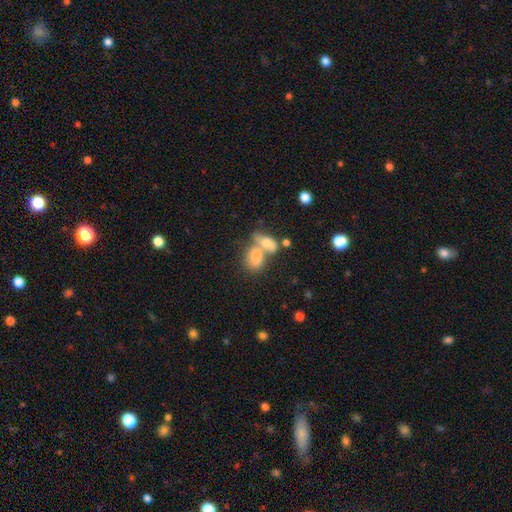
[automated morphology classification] Smooth or featured? smooth (73%)
How rounded? in between (81%)
Merging? merger (65%)